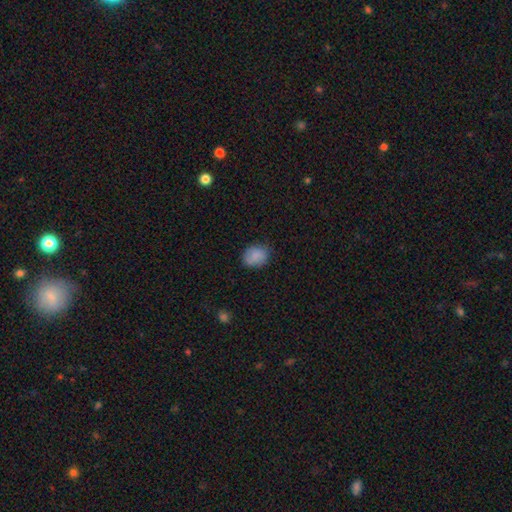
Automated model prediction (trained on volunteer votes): A smooth galaxy with no disk features (85%) that is round (51%). Merging: none (76%).